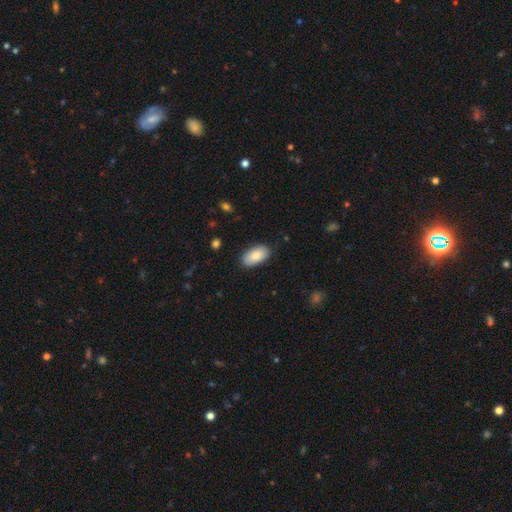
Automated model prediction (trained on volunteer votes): This appears to be a smooth galaxy with no disk features (84%) that is in between round and cigar-shaped (95%). Merging: none (83%).